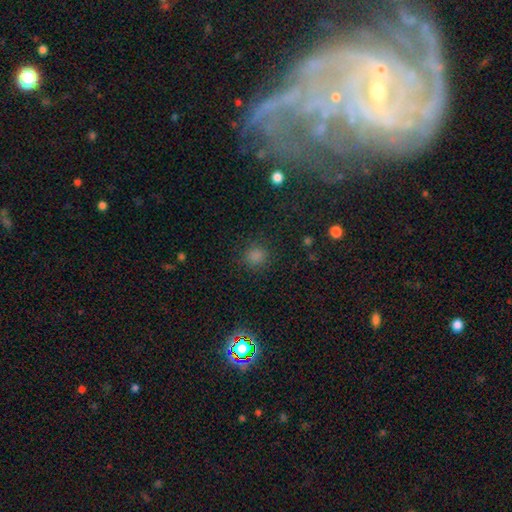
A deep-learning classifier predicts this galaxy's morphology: type=smooth (66%); roundness=round (91%); merging=none (87%).